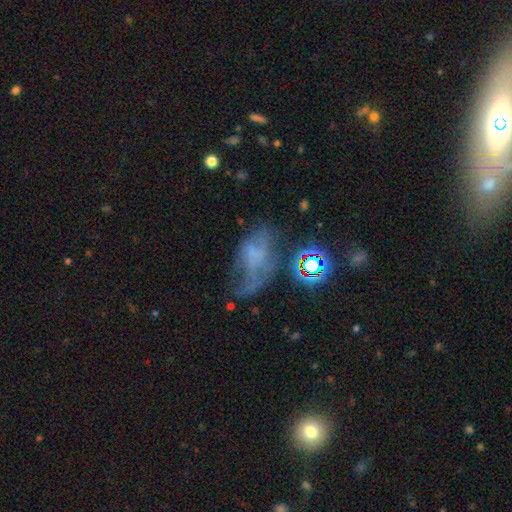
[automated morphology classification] A featured or disk galaxy (42%).

Vote fractions:
- Smooth or featured? featured or disk: 42% / smooth: 33% / star or artifact: 25%
- Merging? major disturbance: 40% / none: 29% / minor disturbance: 23% / merger: 8%